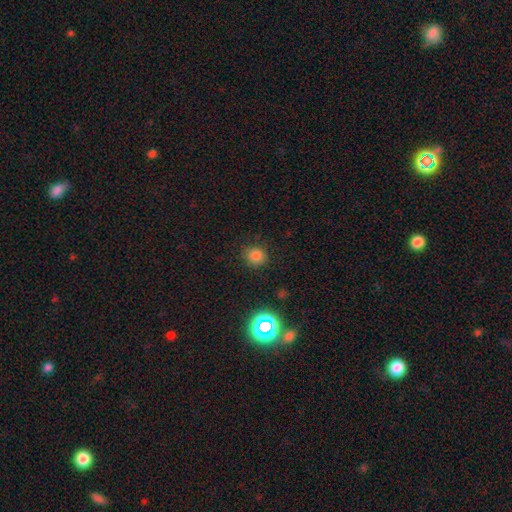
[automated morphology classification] This appears to be a smooth galaxy with no disk features (79%) that is round (83%). Merging: none (85%).